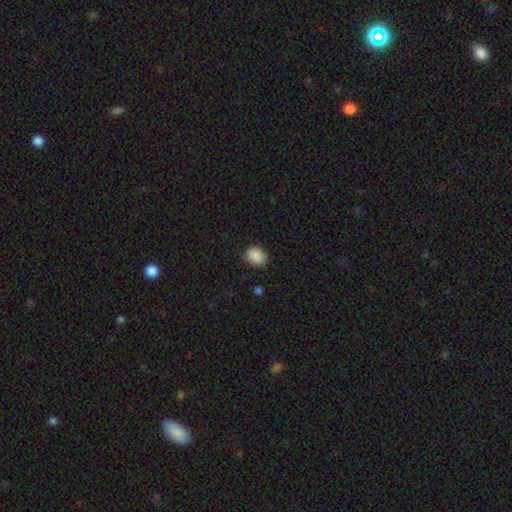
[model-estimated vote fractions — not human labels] Smooth or featured? smooth (88%)
How rounded? round (56%)
Merging? none (82%)